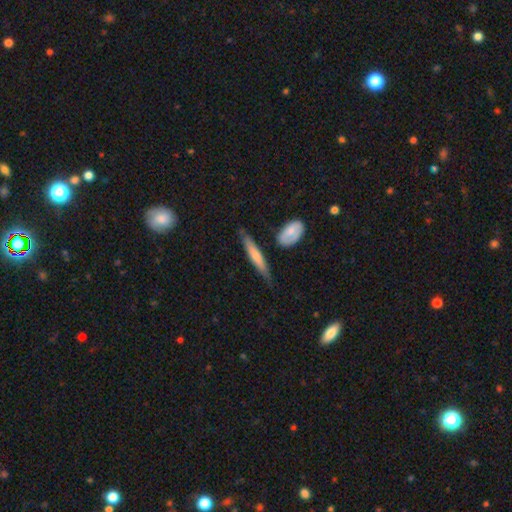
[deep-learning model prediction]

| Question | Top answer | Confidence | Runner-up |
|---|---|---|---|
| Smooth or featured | smooth | 59% | featured or disk (35%) |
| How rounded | cigar-shaped | 86% | in between (12%) |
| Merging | none | 68% | minor disturbance (22%) |